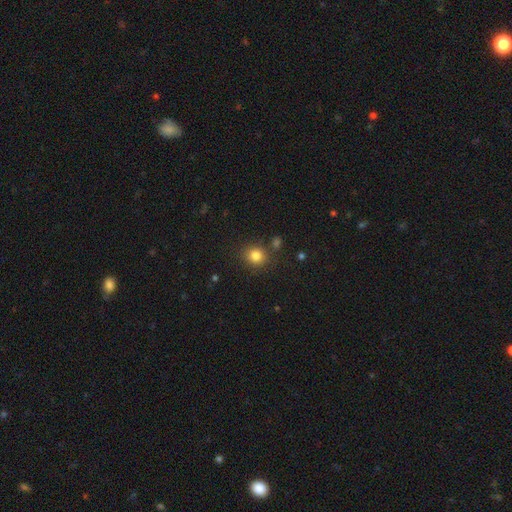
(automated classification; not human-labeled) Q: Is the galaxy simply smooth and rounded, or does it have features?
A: smooth — 82%.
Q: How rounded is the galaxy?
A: round — 80%.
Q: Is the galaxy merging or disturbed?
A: none — 82%.